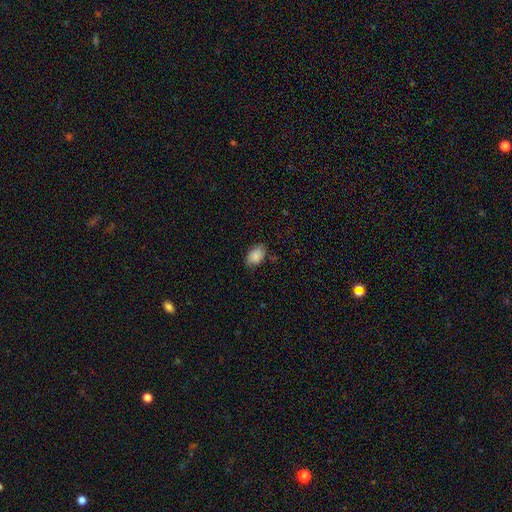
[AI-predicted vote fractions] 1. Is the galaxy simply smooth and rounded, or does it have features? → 88% smooth, 7% star or artifact, 5% featured or disk.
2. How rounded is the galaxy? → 91% in between, 8% round, 1% cigar-shaped.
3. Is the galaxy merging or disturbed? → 80% none, 16% minor disturbance, 3% major disturbance, 2% merger.